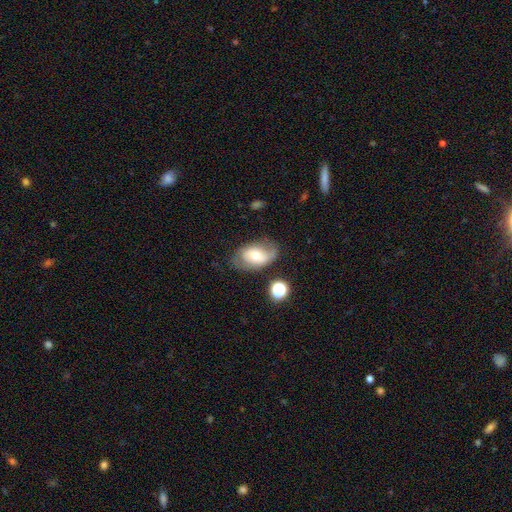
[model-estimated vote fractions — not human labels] Smooth or featured? Predicted: smooth (p=0.47). Merging? Predicted: none (p=0.62).